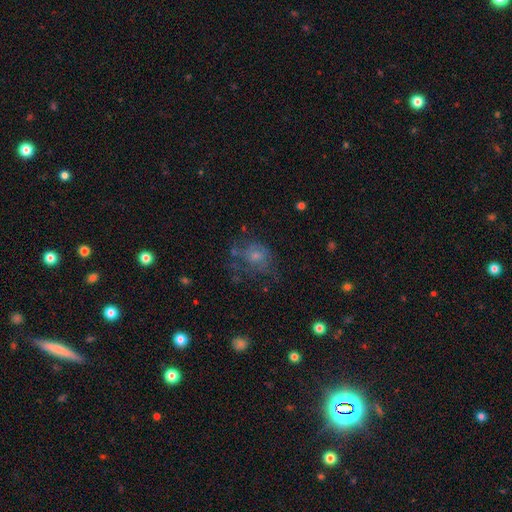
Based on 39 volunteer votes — smooth_or_featured: smooth (p=0.46) [tied with: featured or disk p=0.46]
how_rounded: round (p=0.56) [alt: in between p=0.44]
merging: none (p=0.42) [alt: major disturbance p=0.33]